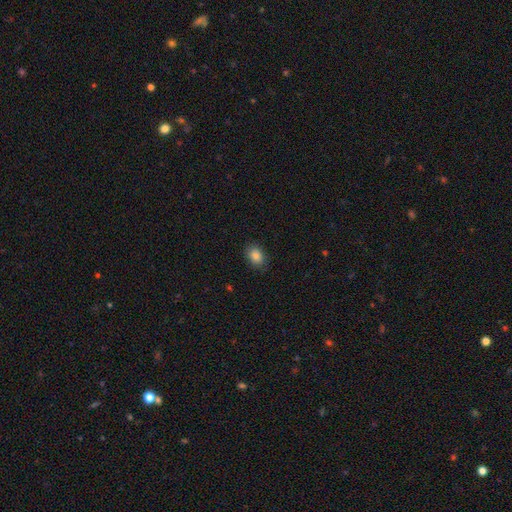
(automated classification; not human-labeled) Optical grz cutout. It shows a smooth galaxy with no disk features (85%) that is in between round and cigar-shaped (68%). Merging: none (87%).